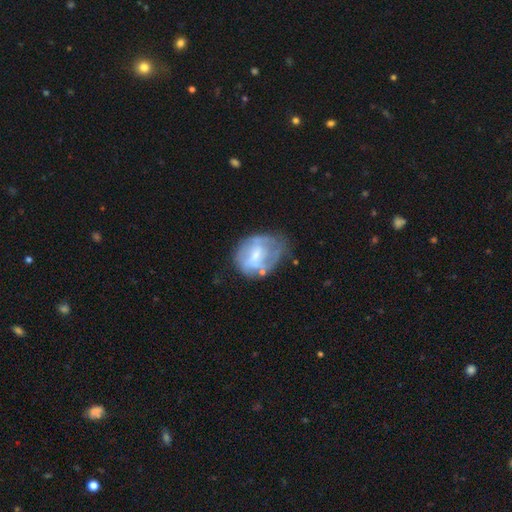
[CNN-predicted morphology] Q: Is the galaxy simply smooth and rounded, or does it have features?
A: featured or disk — 53%.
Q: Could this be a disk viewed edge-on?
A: no — 97%.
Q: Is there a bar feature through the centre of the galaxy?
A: no — 46%.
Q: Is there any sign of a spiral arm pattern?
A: no — 58%.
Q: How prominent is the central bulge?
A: small — 45%.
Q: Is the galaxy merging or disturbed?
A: none — 42%.